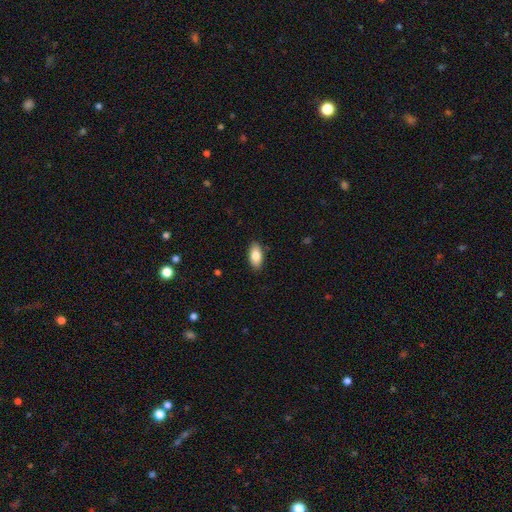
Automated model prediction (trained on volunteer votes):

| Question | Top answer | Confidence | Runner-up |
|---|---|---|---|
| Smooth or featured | smooth | 84% | featured or disk (9%) |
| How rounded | in between | 92% | cigar-shaped (5%) |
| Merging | none | 88% | minor disturbance (9%) |